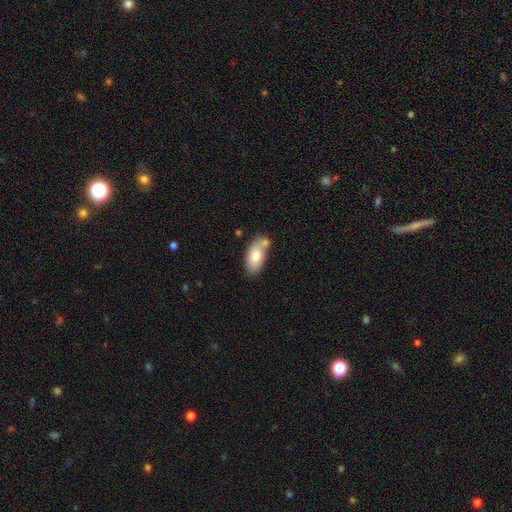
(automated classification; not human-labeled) Smooth or featured? Predicted: smooth (p=0.75). How rounded? Predicted: in between (p=0.90). Merging? Predicted: none (p=0.58).